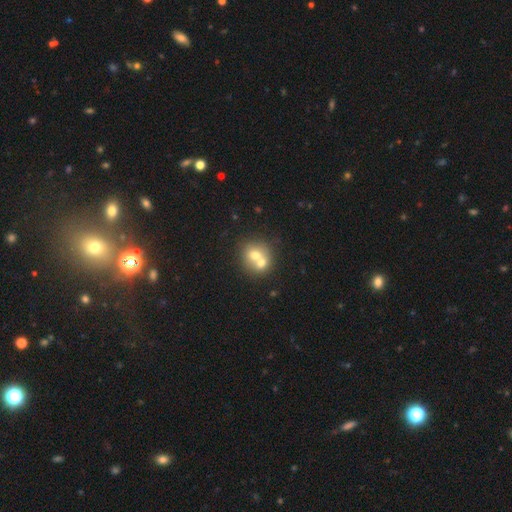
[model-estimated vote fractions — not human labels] Q: Smooth or featured?
A: smooth (64%); runner-up: featured or disk (26%)
Q: How rounded?
A: round (79%); runner-up: in between (21%)
Q: Merging?
A: merger (61%); runner-up: none (31%)